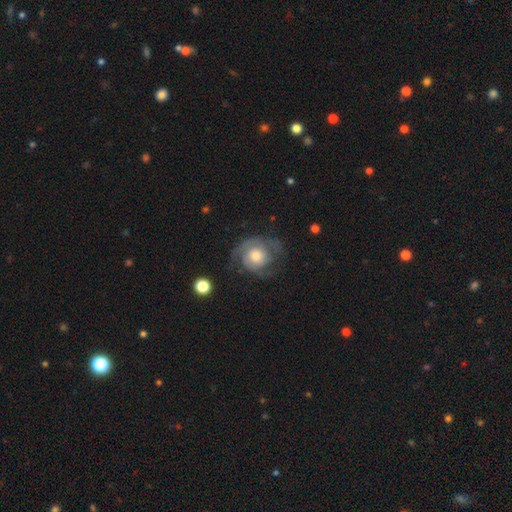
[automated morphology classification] A featured or disk galaxy (68%) with no bar (81%), 2 (51%) tight (48%) spiral arms (86%) and a moderate central bulge (53%). Merging: none (58%).